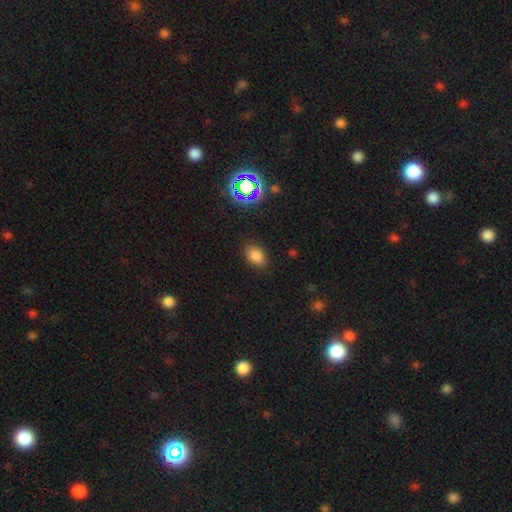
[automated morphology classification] This is likely a smooth galaxy (80%). How rounded: likely in between (78%). Merging: clearly none (85%).